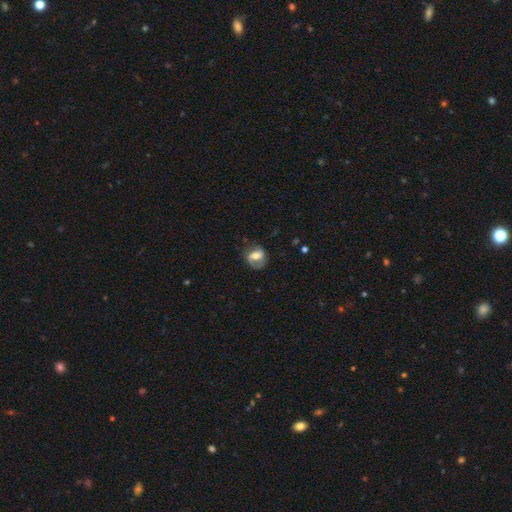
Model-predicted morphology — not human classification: Smooth or featured?
  - featured or disk: 50% *
  - smooth: 42%
  - star or artifact: 7%
Edge-on disk?
  - no: 95% *
  - yes: 5%
Merging?
  - none: 64% *
  - minor disturbance: 22%
  - major disturbance: 13%
  - merger: 2%